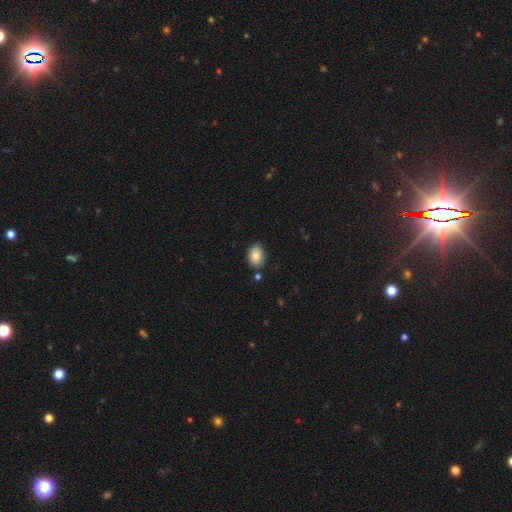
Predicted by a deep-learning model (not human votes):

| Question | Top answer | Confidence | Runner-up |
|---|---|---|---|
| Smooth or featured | smooth | 83% | featured or disk (9%) |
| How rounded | in between | 76% | round (23%) |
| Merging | none | 77% | minor disturbance (16%) |